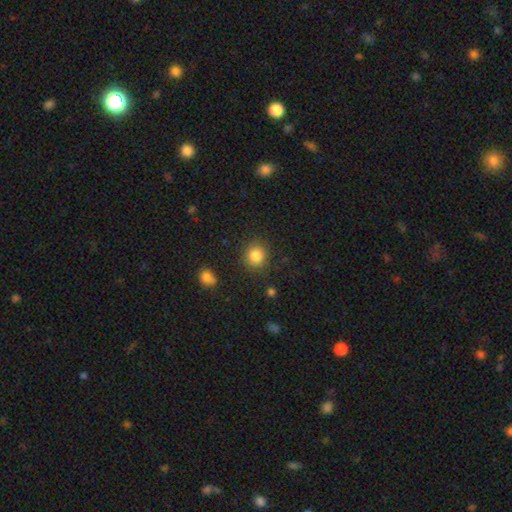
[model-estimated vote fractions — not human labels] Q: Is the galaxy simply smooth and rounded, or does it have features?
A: smooth — 85%.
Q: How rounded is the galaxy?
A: round — 87%.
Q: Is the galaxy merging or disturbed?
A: none — 87%.